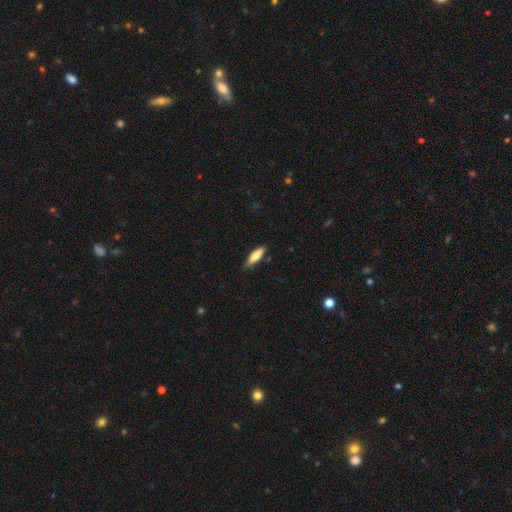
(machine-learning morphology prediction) smooth 75%, featured or disk 19%, star or artifact 6%. Down the decision tree: how rounded — cigar-shaped (59%); merging — none (75%).